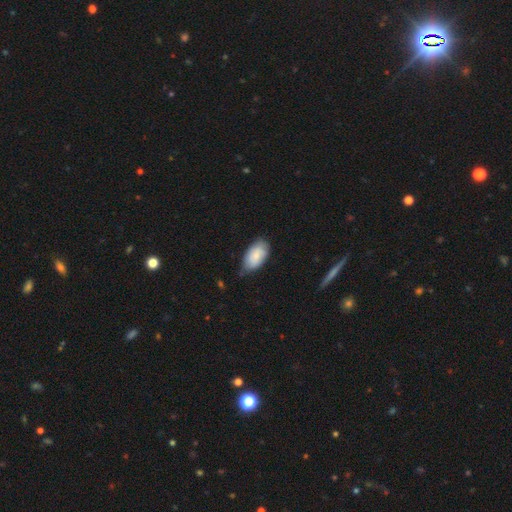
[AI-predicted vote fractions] smooth-or-featured: smooth: 77% | featured or disk: 17% | star or artifact: 6%
  how-rounded: in between: 94% | round: 4% | cigar-shaped: 2%
  merging: none: 60% | minor disturbance: 33% | major disturbance: 5% | merger: 2%